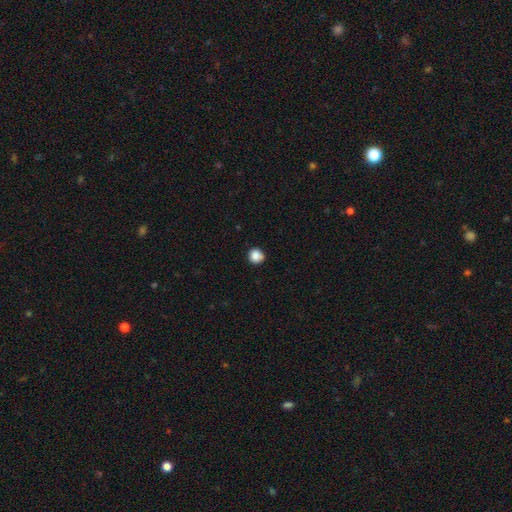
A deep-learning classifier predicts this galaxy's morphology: Smooth or featured? smooth (87%)
How rounded? round (92%)
Merging? none (85%)